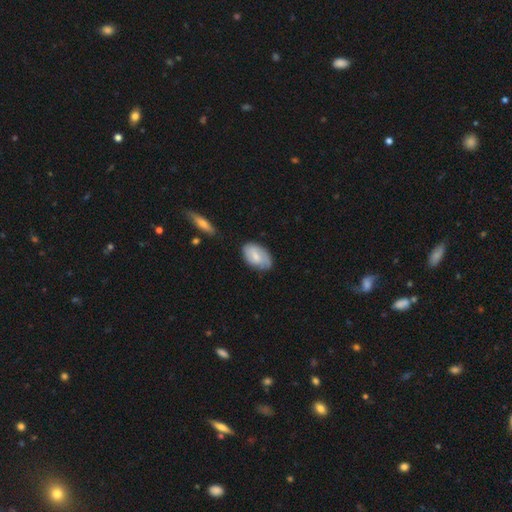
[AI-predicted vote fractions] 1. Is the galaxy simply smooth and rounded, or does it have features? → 57% smooth, 37% featured or disk, 6% star or artifact.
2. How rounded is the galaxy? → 91% in between, 8% round, 2% cigar-shaped.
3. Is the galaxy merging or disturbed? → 66% none, 26% minor disturbance, 5% major disturbance, 2% merger.